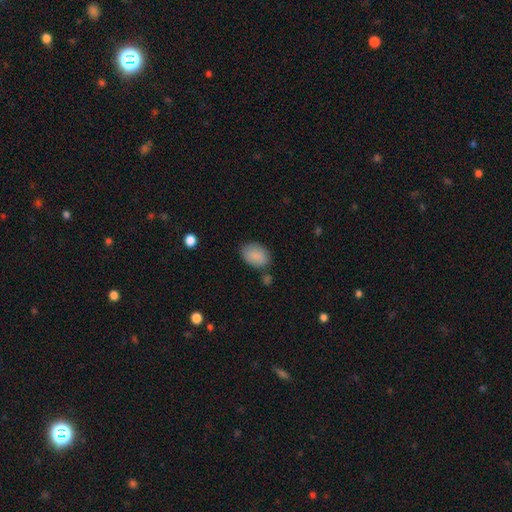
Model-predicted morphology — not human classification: smooth 87%, star or artifact 7%, featured or disk 6%. Down the decision tree: how rounded — in between (85%); merging — none (74%).